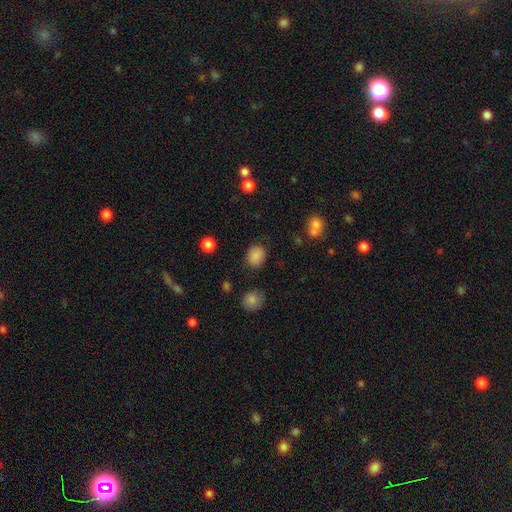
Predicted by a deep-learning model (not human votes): Q: Smooth or featured?
A: smooth (84%); runner-up: star or artifact (11%)
Q: How rounded?
A: round (56%); runner-up: in between (43%)
Q: Merging?
A: none (80%); runner-up: minor disturbance (13%)